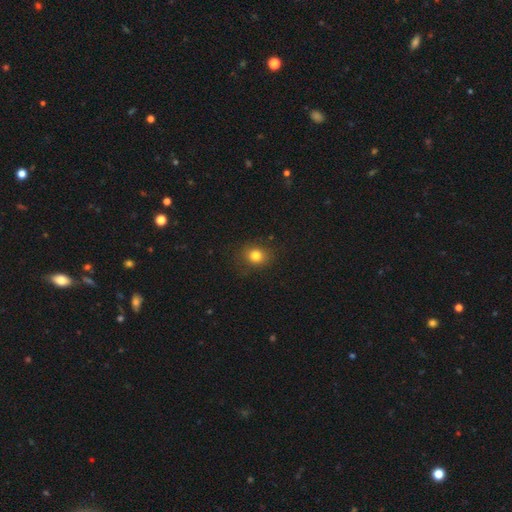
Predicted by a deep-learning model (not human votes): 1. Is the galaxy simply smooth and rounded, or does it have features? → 81% smooth, 13% star or artifact, 7% featured or disk.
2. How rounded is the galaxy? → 65% round, 34% in between, 1% cigar-shaped.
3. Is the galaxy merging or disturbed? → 83% none, 12% minor disturbance, 4% major disturbance, 1% merger.